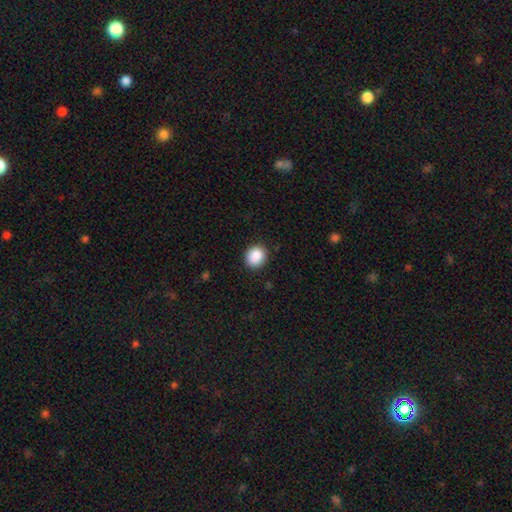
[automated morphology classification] Smooth or featured: smooth — 88% (star or artifact — 9%)
How rounded: round — 75% (in between — 25%)
Merging: none — 87% (minor disturbance — 9%)